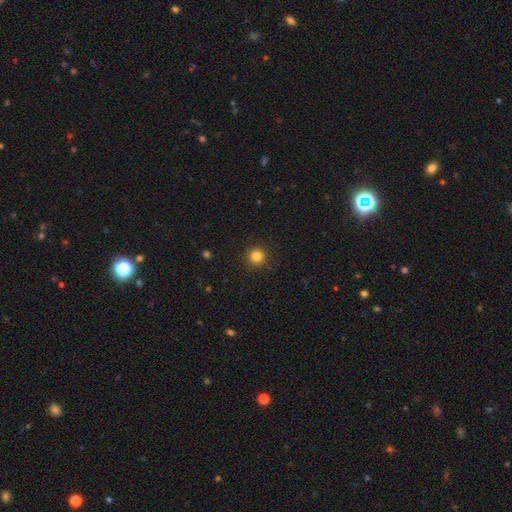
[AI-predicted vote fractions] This is clearly a smooth galaxy (84%). How rounded: clearly round (95%). Merging: clearly none (92%).